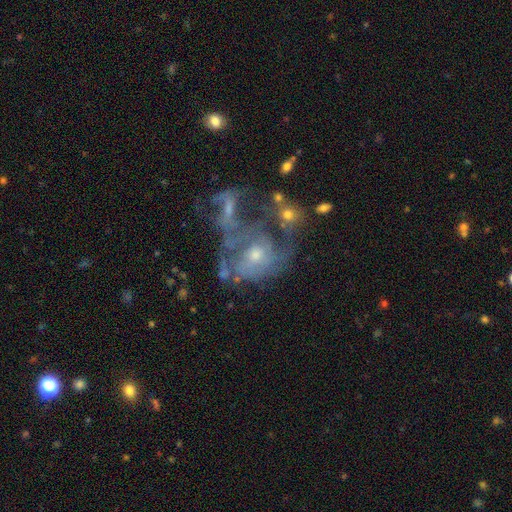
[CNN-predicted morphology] The model was most divided on "bulge size": moderate: 50%, small: 39%, none: 5%, large: 4%, dominant: 2%. Remaining: edge-on disk — no (97%); bar — no (77%); smooth or featured — featured or disk (67%); spiral arms — yes (60%); merging — merger (46%).